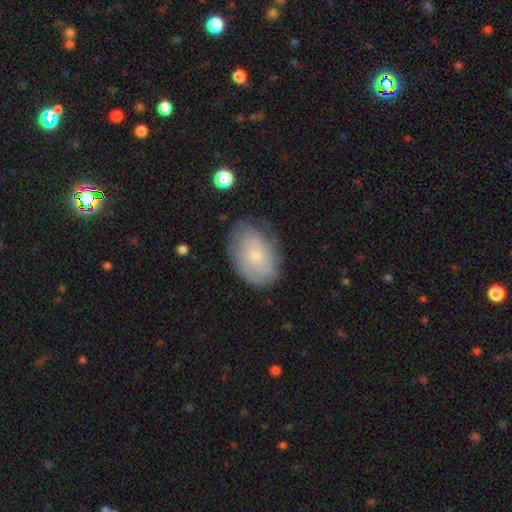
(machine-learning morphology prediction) Q: Smooth or featured?
A: smooth (57%); runner-up: featured or disk (36%)
Q: How rounded?
A: in between (85%); runner-up: round (13%)
Q: Merging?
A: none (67%); runner-up: minor disturbance (24%)